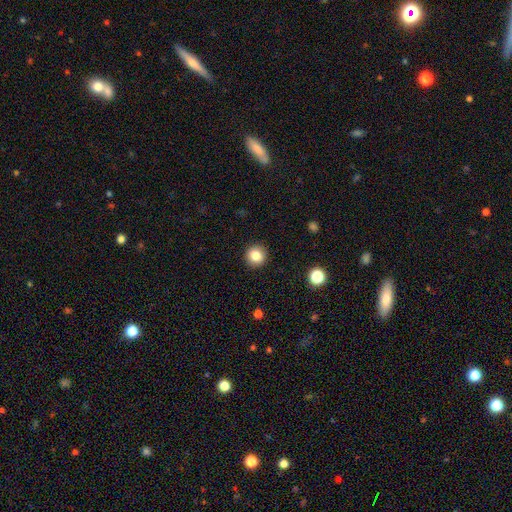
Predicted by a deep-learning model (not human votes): A smooth galaxy with no disk features (83%) that is round (94%).

Vote fractions:
- Smooth or featured? smooth: 83% / star or artifact: 10% / featured or disk: 6%
- How rounded? round: 94% / in between: 5% / cigar-shaped: 1%
- Merging? none: 92% / minor disturbance: 5% / major disturbance: 2% / merger: 1%